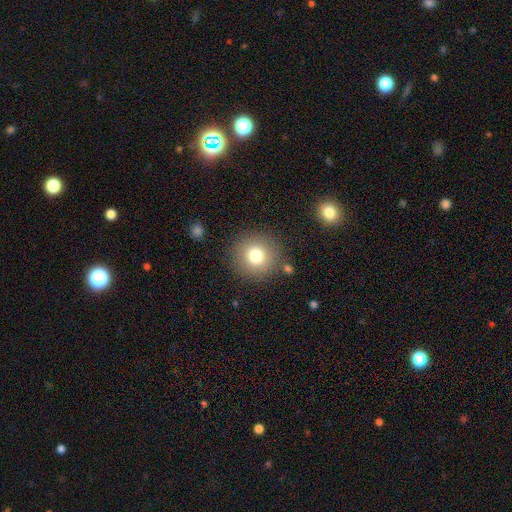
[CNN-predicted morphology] This appears to be a smooth galaxy with no disk features (77%) that is round (95%). Merging: none (86%).